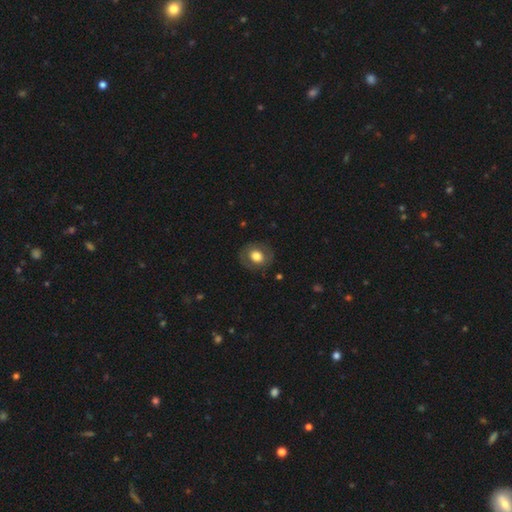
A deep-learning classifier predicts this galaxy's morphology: Smooth or featured? Predicted: smooth (p=0.67). How rounded? Predicted: round (p=0.63). Merging? Predicted: none (p=0.83).